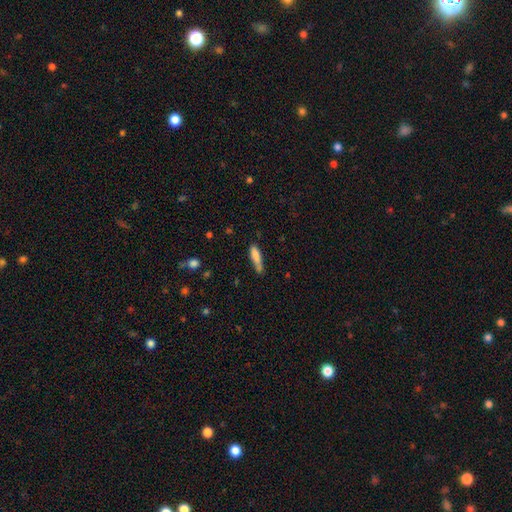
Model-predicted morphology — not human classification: smooth_or_featured: smooth (p=0.79) [alt: featured or disk p=0.13]
how_rounded: cigar-shaped (p=0.71) [alt: in between p=0.28]
merging: none (p=0.55) [alt: minor disturbance p=0.30]